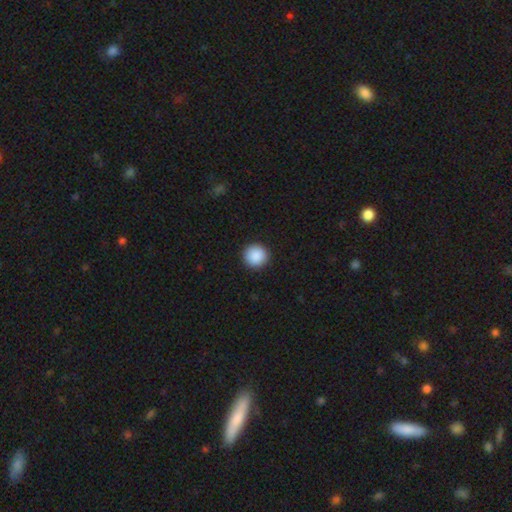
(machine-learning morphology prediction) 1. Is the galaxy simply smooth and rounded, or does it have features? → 90% smooth, 8% star or artifact, 2% featured or disk.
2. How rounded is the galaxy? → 96% round, 3% in between, 1% cigar-shaped.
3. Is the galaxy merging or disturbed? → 93% none, 5% minor disturbance, 2% major disturbance, 1% merger.